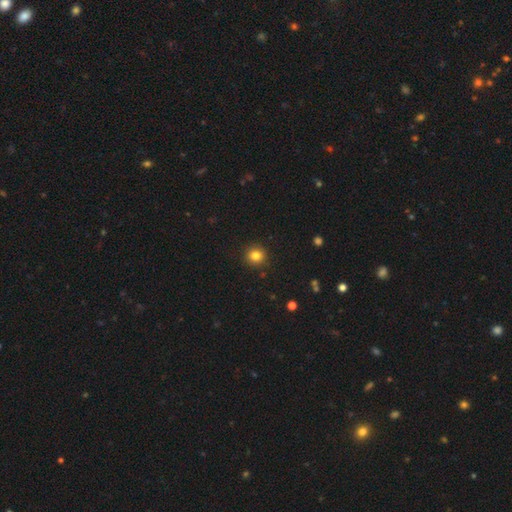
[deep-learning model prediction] Q: Smooth or featured?
A: smooth (82%); runner-up: star or artifact (12%)
Q: How rounded?
A: round (90%); runner-up: in between (9%)
Q: Merging?
A: none (91%); runner-up: minor disturbance (6%)